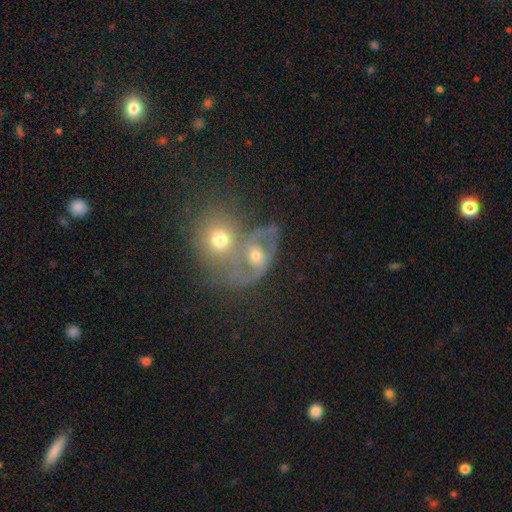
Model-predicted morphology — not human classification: smooth_or_featured: featured or disk (p=0.53) [alt: smooth p=0.35]
disk_edge_on: no (p=0.96) [alt: yes p=0.04]
bar: no (p=0.72) [alt: weak p=0.22]
has_spiral_arms: yes (p=0.61) [alt: no p=0.39]
bulge_size: moderate (p=0.61) [alt: small p=0.26]
merging: merger (p=0.59) [alt: none p=0.22]